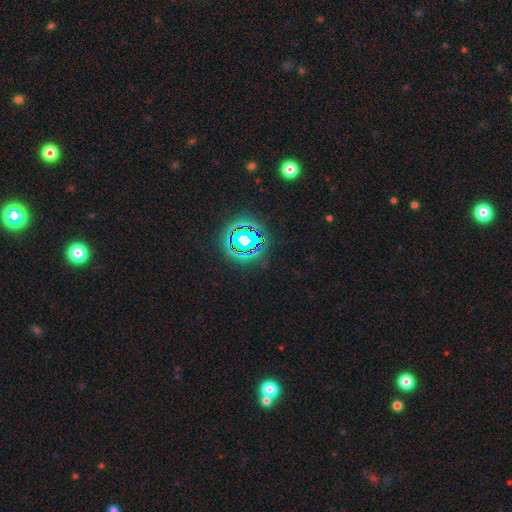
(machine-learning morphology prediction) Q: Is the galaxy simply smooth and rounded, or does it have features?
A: star or artifact — 81%.